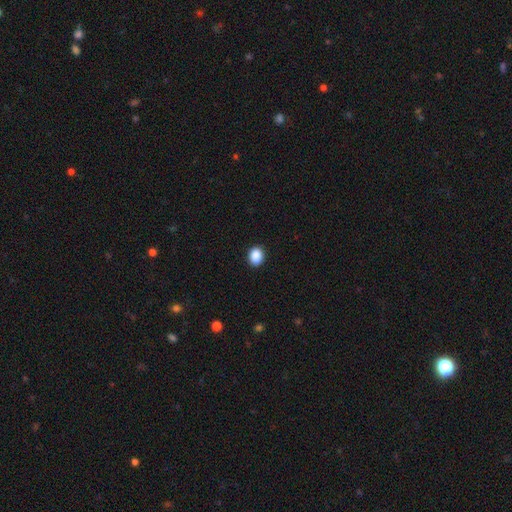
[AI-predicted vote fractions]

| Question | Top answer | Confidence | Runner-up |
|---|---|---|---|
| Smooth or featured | smooth | 89% | star or artifact (8%) |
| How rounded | in between | 53% | round (46%) |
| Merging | none | 91% | minor disturbance (6%) |